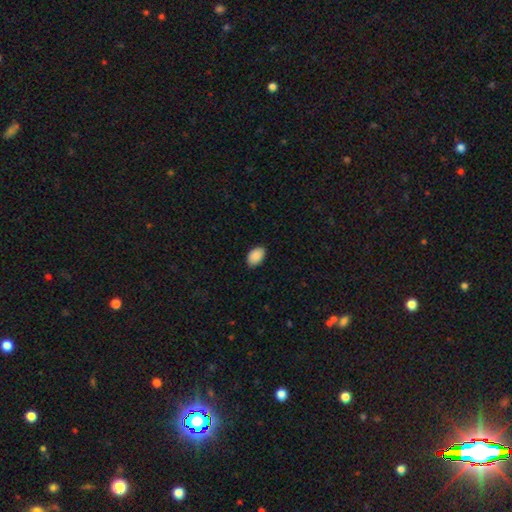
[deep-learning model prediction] smooth-or-featured: smooth: 90% | star or artifact: 7% | featured or disk: 3%
  how-rounded: in between: 89% | round: 9% | cigar-shaped: 1%
  merging: none: 86% | minor disturbance: 11% | major disturbance: 2% | merger: 1%